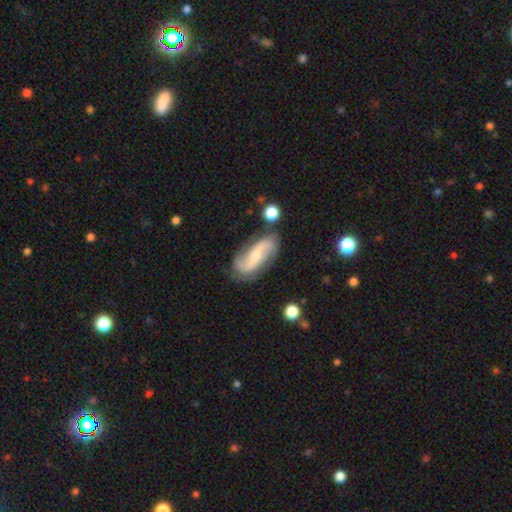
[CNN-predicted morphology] A featured or disk galaxy (78%) with no bar (40%), 2 (89%) loose (53%) spiral arms (94%) and a small central bulge (61%). Merging: none (75%).